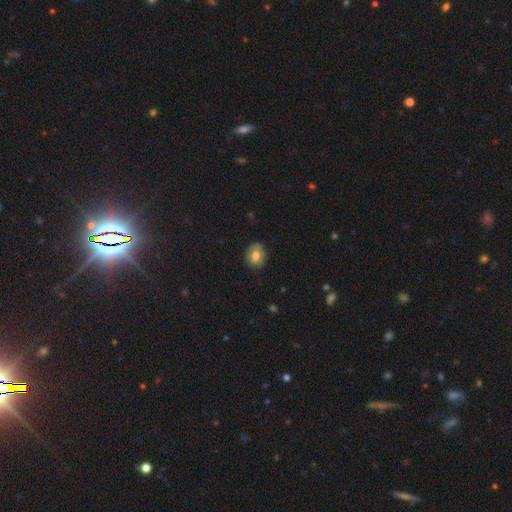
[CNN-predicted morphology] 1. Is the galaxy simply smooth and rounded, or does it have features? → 72% smooth, 19% featured or disk, 9% star or artifact.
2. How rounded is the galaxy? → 63% round, 36% in between, 1% cigar-shaped.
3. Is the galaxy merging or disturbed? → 79% none, 16% minor disturbance, 3% major disturbance, 1% merger.